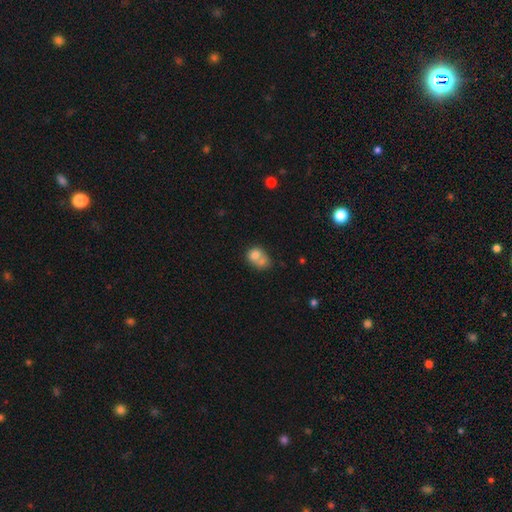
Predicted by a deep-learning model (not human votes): smooth 72%, featured or disk 19%, star or artifact 9%. Down the decision tree: how rounded — round (57%); merging — merger (64%).